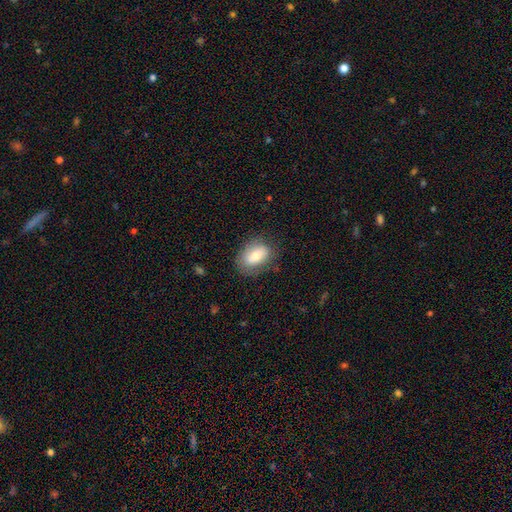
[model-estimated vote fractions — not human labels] The model was most divided on "smooth or featured": smooth: 70%, featured or disk: 22%, star or artifact: 8%. More confident: how rounded — in between (82%); merging — none (77%).